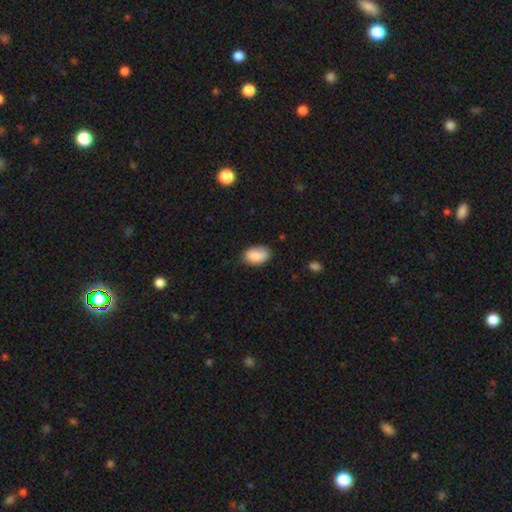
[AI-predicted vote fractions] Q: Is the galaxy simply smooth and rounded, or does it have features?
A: smooth — 88%.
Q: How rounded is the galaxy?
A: in between — 91%.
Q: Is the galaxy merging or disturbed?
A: none — 74%.